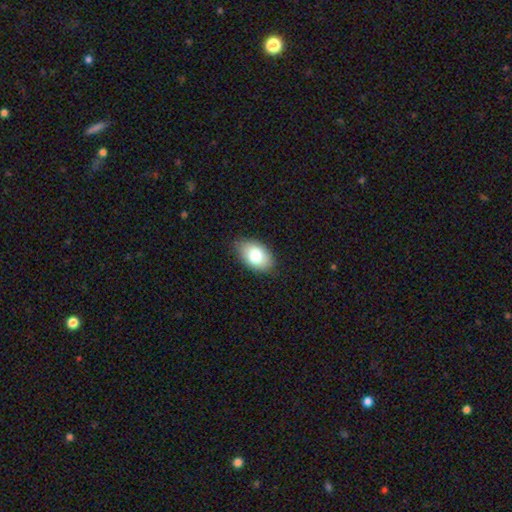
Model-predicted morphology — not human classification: Q: Smooth or featured?
A: smooth (77%); runner-up: featured or disk (15%)
Q: How rounded?
A: in between (91%); runner-up: round (8%)
Q: Merging?
A: none (82%); runner-up: minor disturbance (14%)